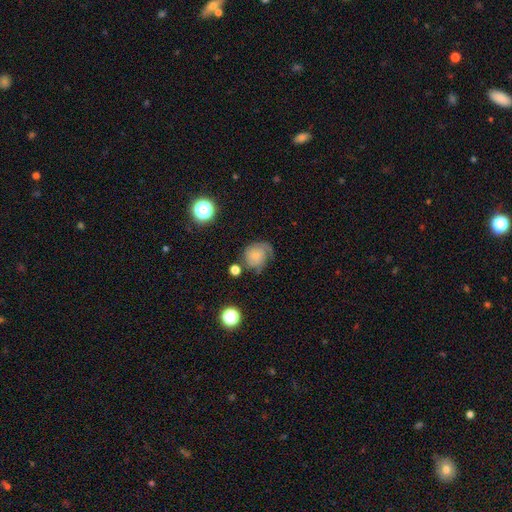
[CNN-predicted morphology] Smooth or featured: featured or disk — 50% (smooth — 39%)
Edge-on disk: no — 98% (yes — 2%)
Merging: none — 47% (minor disturbance — 28%)